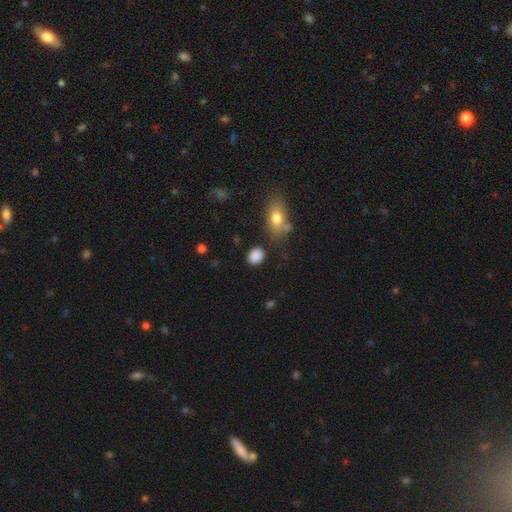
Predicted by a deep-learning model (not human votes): Smooth or featured? smooth (88%)
How rounded? round (53%)
Merging? none (82%)